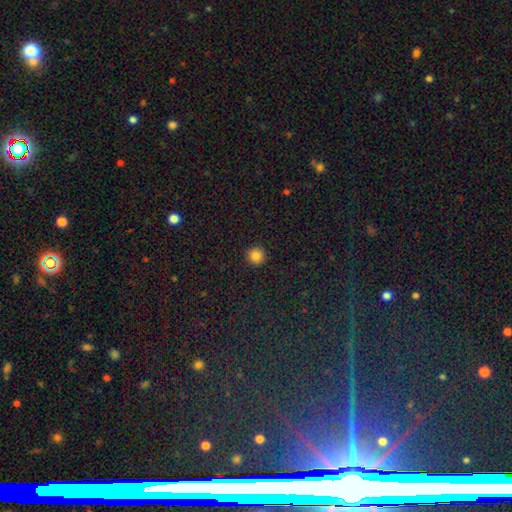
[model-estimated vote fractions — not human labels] The model was most divided on "smooth or featured": smooth: 84%, star or artifact: 11%, featured or disk: 4%. More confident: how rounded — round (95%); merging — none (93%).